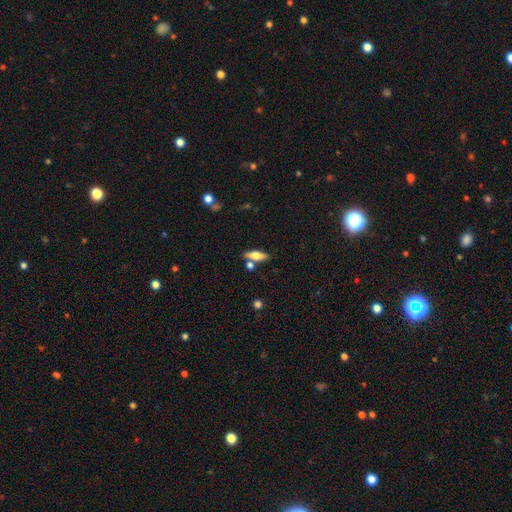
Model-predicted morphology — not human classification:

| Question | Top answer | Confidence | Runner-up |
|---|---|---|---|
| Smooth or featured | smooth | 55% | featured or disk (37%) |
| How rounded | in between | 53% | cigar-shaped (43%) |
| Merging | none | 71% | merger (14%) |